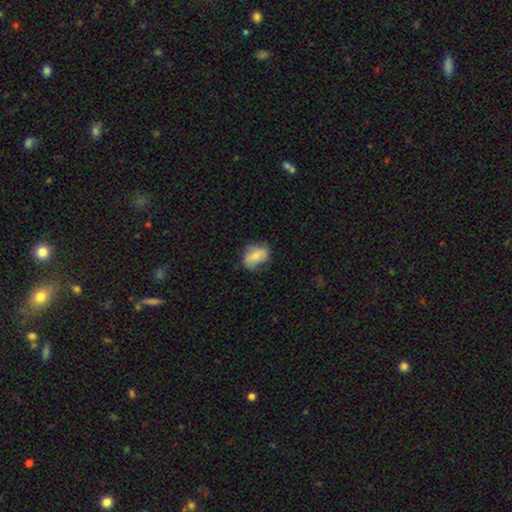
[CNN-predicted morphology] smooth_or_featured: smooth (p=0.68) [alt: featured or disk p=0.24]
how_rounded: in between (p=0.75) [alt: round p=0.23]
merging: none (p=0.58) [alt: minor disturbance p=0.30]